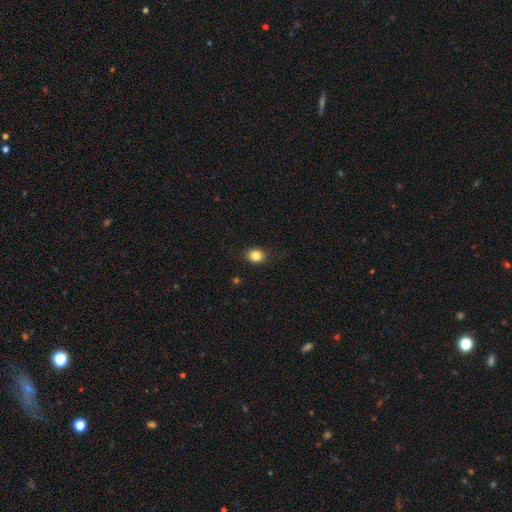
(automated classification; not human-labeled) Overall: smooth (84%). How rounded: round (65%; in between 34%). Merging: none (87%).